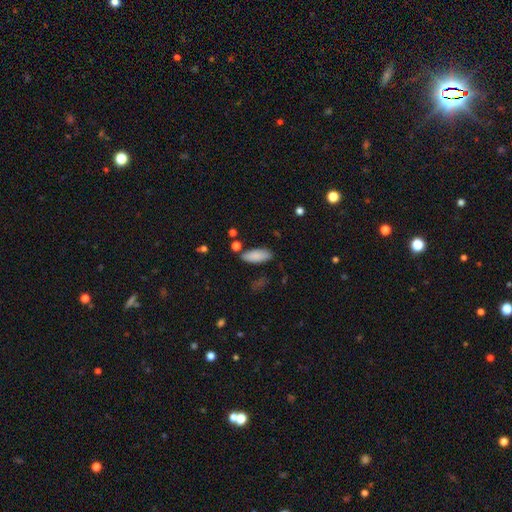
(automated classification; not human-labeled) smooth-or-featured: smooth: 87% | star or artifact: 7% | featured or disk: 6%
  how-rounded: in between: 77% | cigar-shaped: 21% | round: 2%
  merging: none: 79% | minor disturbance: 13% | merger: 5% | major disturbance: 3%